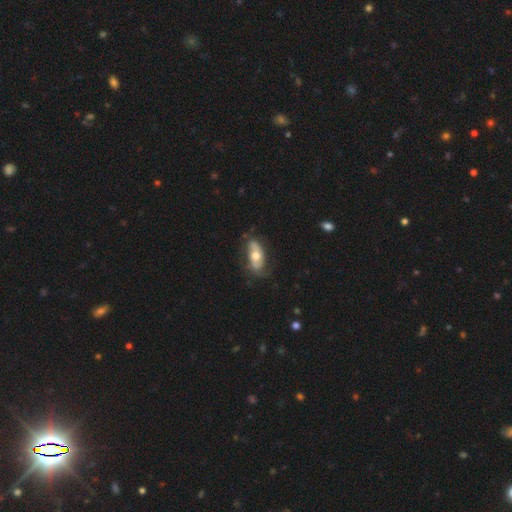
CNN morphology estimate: This is possibly a featured or disk galaxy (55%). It is clearly not viewed edge-on (82%). Merging: likely none (62%).